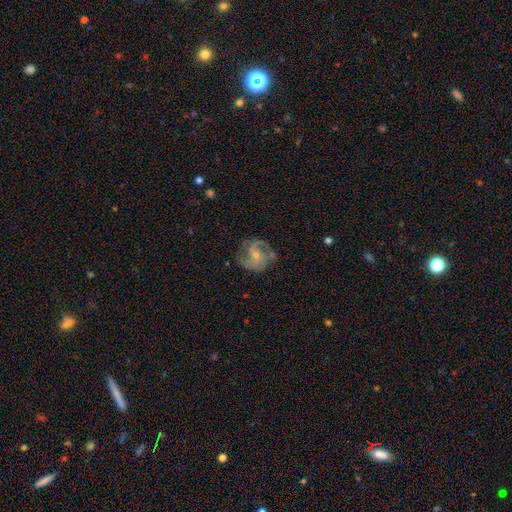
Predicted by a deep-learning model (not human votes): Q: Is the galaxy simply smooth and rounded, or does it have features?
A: featured or disk — 80%.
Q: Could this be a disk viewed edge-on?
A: no — 98%.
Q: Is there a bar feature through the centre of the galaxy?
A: no — 62%.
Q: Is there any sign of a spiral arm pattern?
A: yes — 93%.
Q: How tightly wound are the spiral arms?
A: medium — 52%.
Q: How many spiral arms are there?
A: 2 — 61%.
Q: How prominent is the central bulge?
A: small — 67%.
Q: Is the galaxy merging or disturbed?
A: none — 68%.